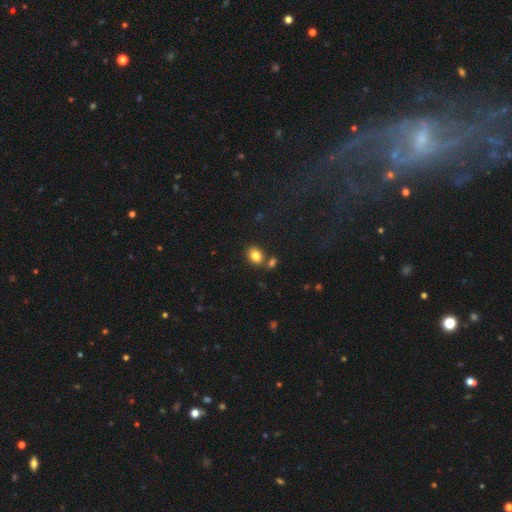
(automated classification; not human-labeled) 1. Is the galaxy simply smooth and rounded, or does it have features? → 83% smooth, 10% star or artifact, 7% featured or disk.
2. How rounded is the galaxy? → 61% in between, 38% round, 1% cigar-shaped.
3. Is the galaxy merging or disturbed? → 70% none, 17% merger, 10% minor disturbance, 3% major disturbance.